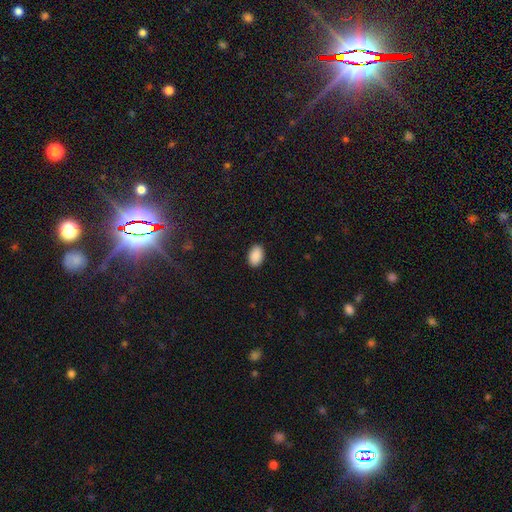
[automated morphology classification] A smooth galaxy with no disk features (91%) that is in between round and cigar-shaped (89%). Merging: none (90%).